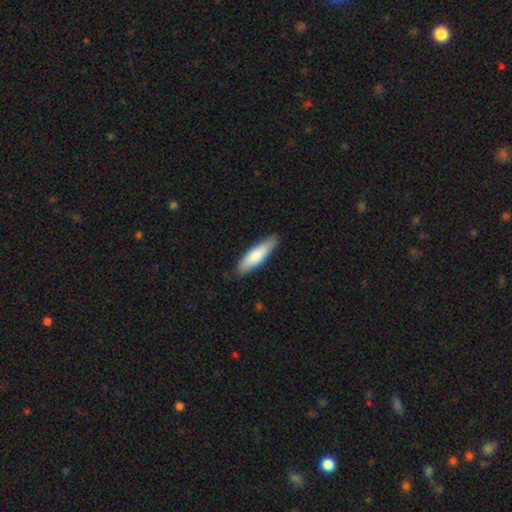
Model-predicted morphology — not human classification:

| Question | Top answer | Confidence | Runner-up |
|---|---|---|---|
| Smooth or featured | smooth | 79% | featured or disk (16%) |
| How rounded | cigar-shaped | 60% | in between (39%) |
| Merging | none | 84% | minor disturbance (13%) |